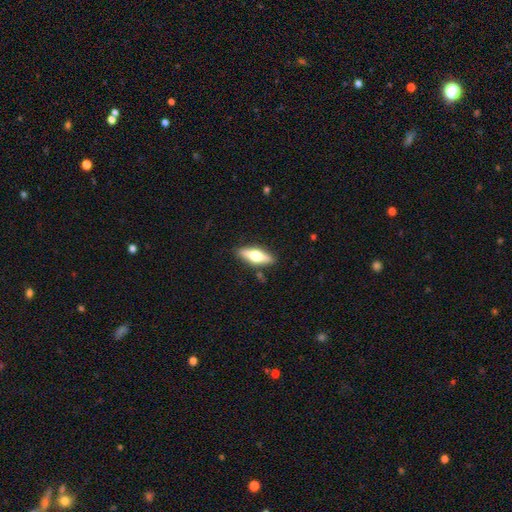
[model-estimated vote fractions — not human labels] This is possibly a featured or disk galaxy (50%). It is clearly viewed edge-on (91%). Merging: clearly none (87%).